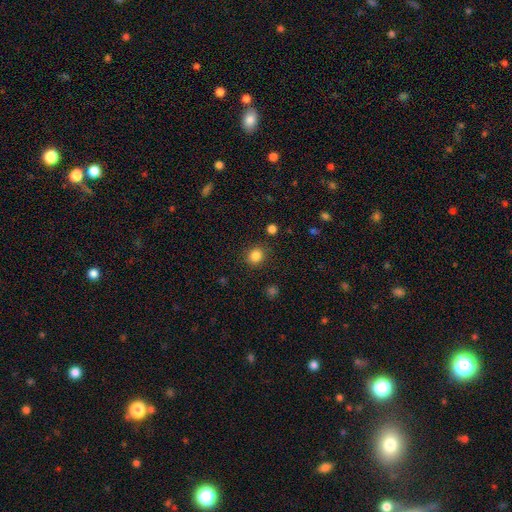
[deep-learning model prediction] smooth_or_featured: smooth (p=0.84) [alt: star or artifact p=0.11]
how_rounded: round (p=0.79) [alt: in between p=0.20]
merging: none (p=0.88) [alt: minor disturbance p=0.07]